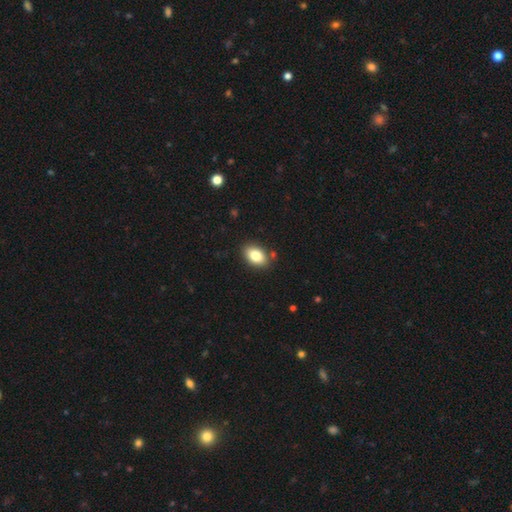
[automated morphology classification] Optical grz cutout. It shows a smooth galaxy with no disk features (82%) that is in between round and cigar-shaped (87%). Merging: none (86%).